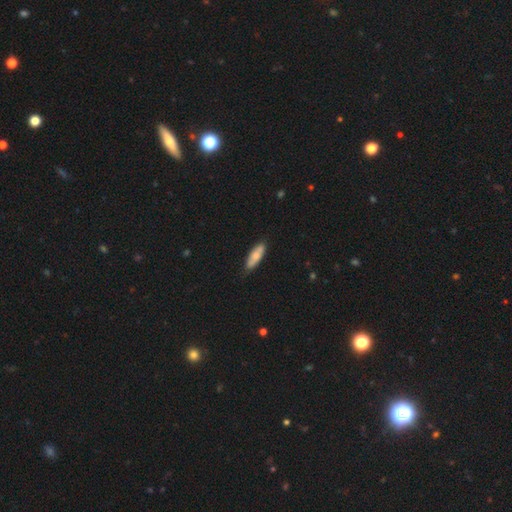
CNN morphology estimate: smooth-or-featured: smooth: 72% | featured or disk: 23% | star or artifact: 6%
  how-rounded: in between: 57% | cigar-shaped: 41% | round: 2%
  merging: none: 81% | minor disturbance: 16% | major disturbance: 2% | merger: 1%